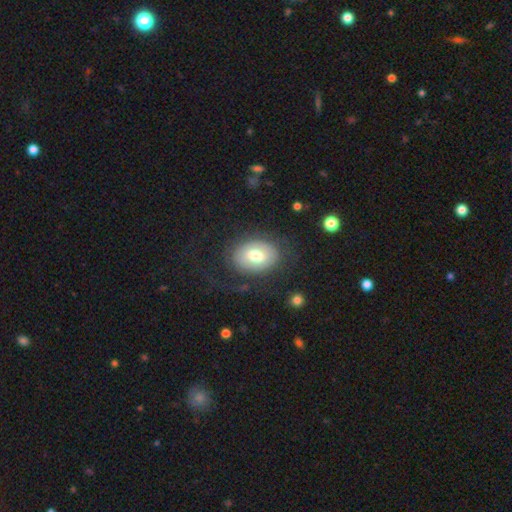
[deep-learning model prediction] Morphology: type=smooth (60%); roundness=in between (74%); merging=none (69%).